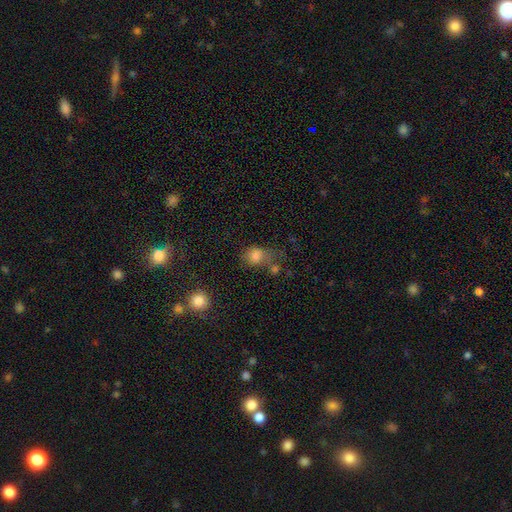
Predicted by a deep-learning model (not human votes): Smooth or featured?
  - smooth: 77% *
  - star or artifact: 13%
  - featured or disk: 10%
How rounded?
  - round: 56% *
  - in between: 43%
  - cigar-shaped: 1%
Merging?
  - none: 39% *
  - minor disturbance: 23%
  - merger: 20%
  - major disturbance: 18%